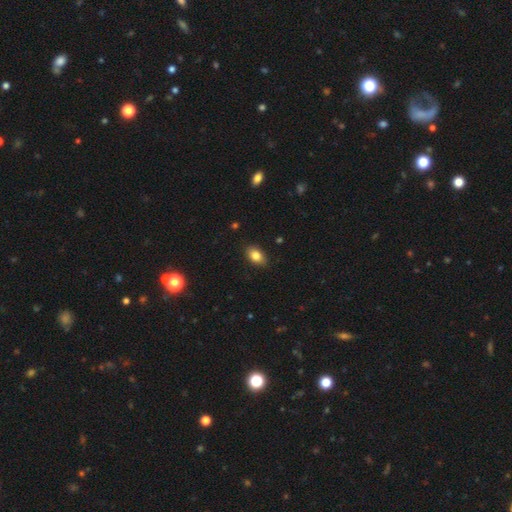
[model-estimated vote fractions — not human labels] Q: Smooth or featured?
A: smooth (83%); runner-up: star or artifact (9%)
Q: How rounded?
A: in between (86%); runner-up: round (12%)
Q: Merging?
A: none (87%); runner-up: minor disturbance (10%)